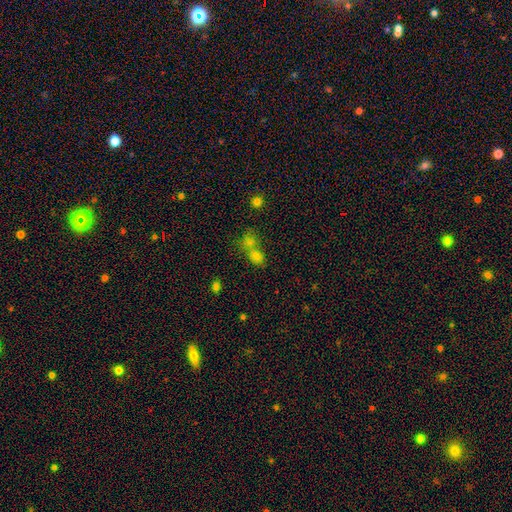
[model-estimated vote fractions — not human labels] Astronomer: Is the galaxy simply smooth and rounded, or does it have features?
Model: smooth — 72%.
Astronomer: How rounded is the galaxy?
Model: in between — 60% (runner-up: round, 37%).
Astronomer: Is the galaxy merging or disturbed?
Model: merger — 54% (runner-up: none, 34%).